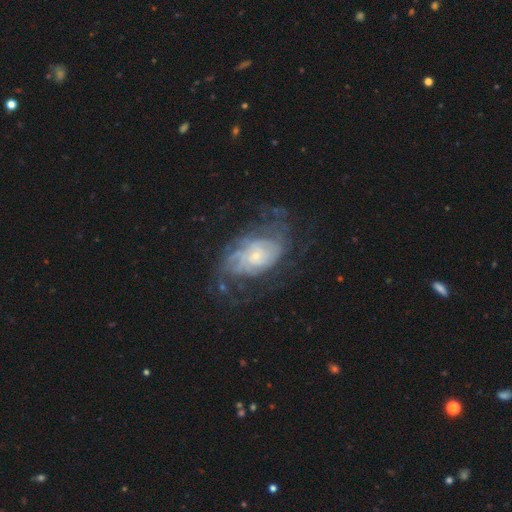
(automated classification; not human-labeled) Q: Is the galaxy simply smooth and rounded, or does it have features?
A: featured or disk — 79%.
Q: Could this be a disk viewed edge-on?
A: no — 96%.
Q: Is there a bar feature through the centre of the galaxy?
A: no — 77%.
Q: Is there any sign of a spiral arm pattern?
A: yes — 86%.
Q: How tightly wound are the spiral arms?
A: tight — 56%.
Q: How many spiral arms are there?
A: can't tell — 51%.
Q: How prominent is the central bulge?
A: small — 74%.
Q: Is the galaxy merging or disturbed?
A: none — 57%.